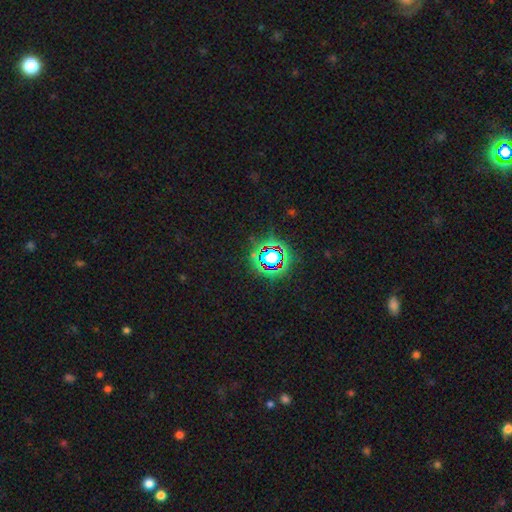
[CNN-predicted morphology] Smooth or featured? star or artifact (76%)